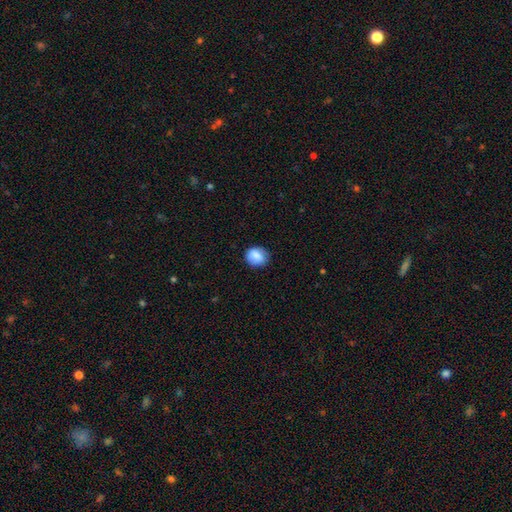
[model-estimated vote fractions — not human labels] smooth-or-featured: smooth: 81% | featured or disk: 11% | star or artifact: 8%
  how-rounded: round: 70% | in between: 29% | cigar-shaped: 1%
  merging: none: 78% | minor disturbance: 17% | major disturbance: 4% | merger: 1%